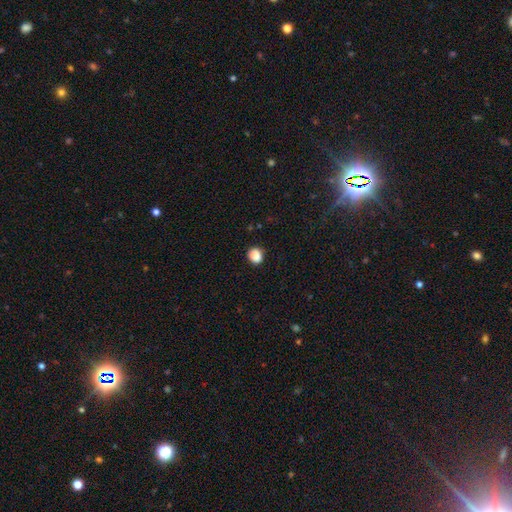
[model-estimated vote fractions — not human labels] Overall: smooth (88%). How rounded: round (73%). Merging: none (87%).